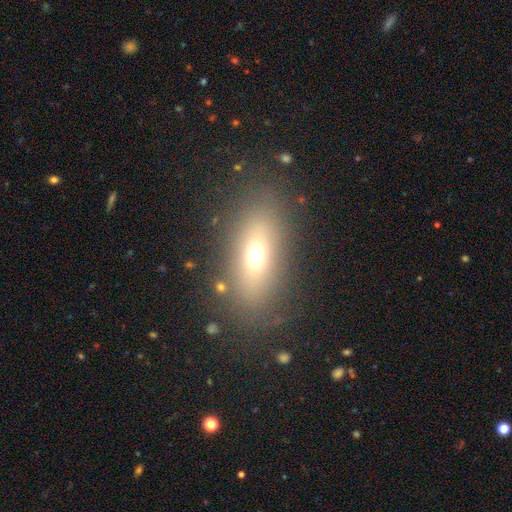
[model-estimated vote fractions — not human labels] Smooth or featured: smooth — 63% (featured or disk — 23%)
How rounded: in between — 72% (cigar-shaped — 20%)
Merging: none — 82% (minor disturbance — 10%)